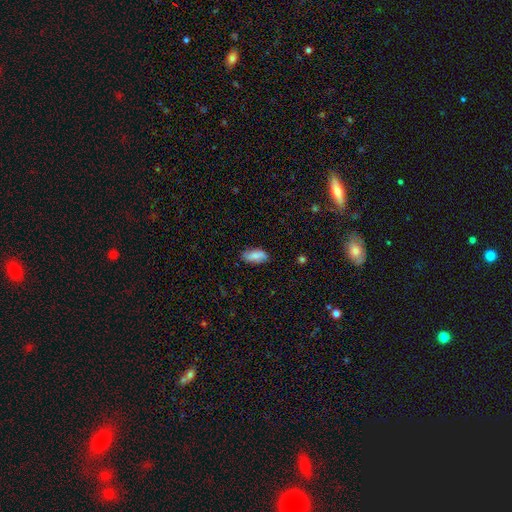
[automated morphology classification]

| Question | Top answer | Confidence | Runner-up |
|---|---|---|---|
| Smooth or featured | smooth | 83% | featured or disk (11%) |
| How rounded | in between | 86% | cigar-shaped (12%) |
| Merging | none | 81% | minor disturbance (15%) |